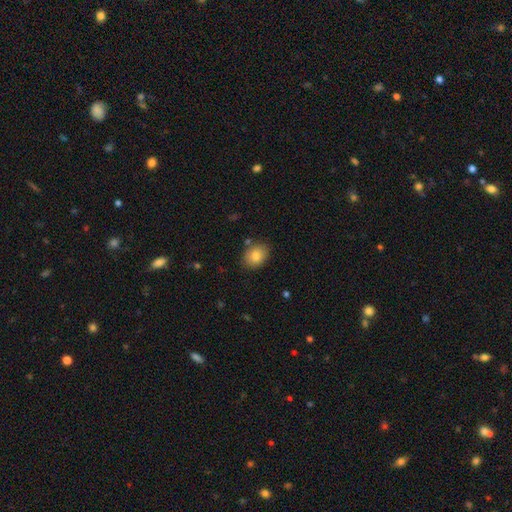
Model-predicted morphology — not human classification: smooth_or_featured: smooth (p=0.81) [alt: featured or disk p=0.10]
how_rounded: in between (p=0.57) [alt: round p=0.42]
merging: none (p=0.80) [alt: minor disturbance p=0.14]